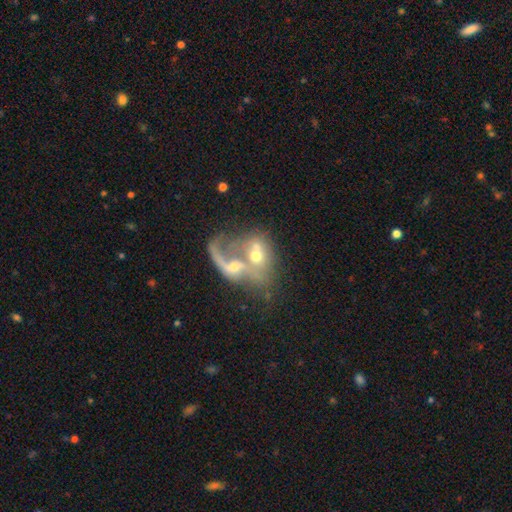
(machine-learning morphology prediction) Overall: featured or disk (61%; smooth 29%). Edge-on disk: no (94%). Bar: no (70%). Spiral arms: no (50%, tied with yes). Bulge size: moderate (57%; small 26%). Merging: merger (79%).